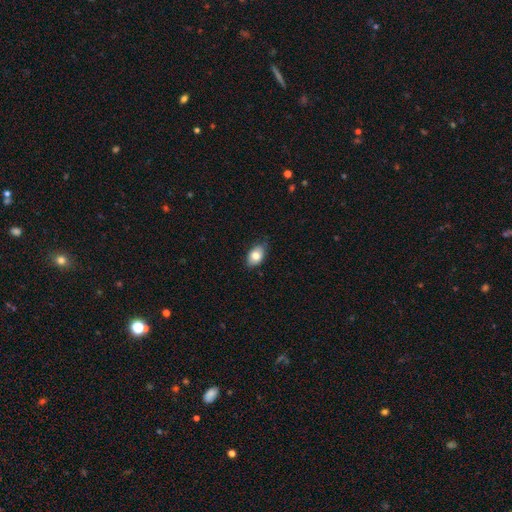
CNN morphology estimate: Smooth or featured? smooth (80%)
How rounded? in between (88%)
Merging? none (80%)